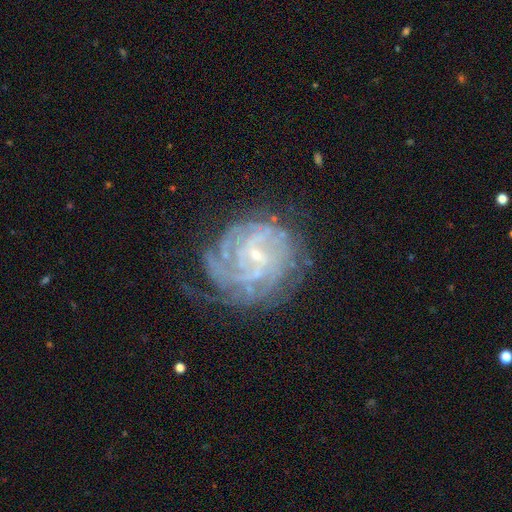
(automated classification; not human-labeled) Overall: featured or disk (84%). Edge-on disk: no (98%). Bar: weak (46%; no 42%). Spiral arms: yes (93%). Spiral arm count: can't tell (39%; 4 18%). Spiral winding: tight (69%). Bulge size: small (79%). Merging: none (64%).